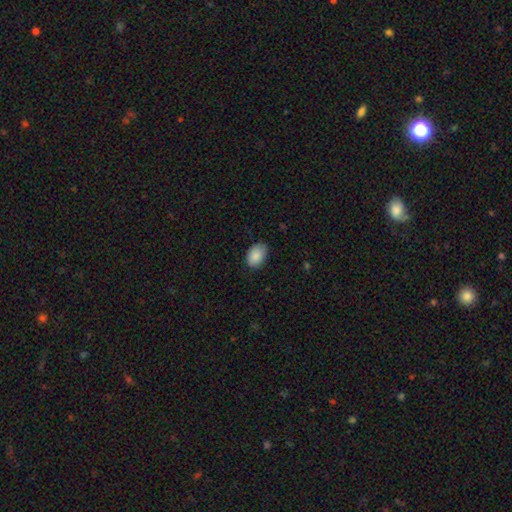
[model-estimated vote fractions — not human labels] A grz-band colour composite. It shows a smooth galaxy with no disk features (88%) that is in between round and cigar-shaped (84%). Merging: none (80%).